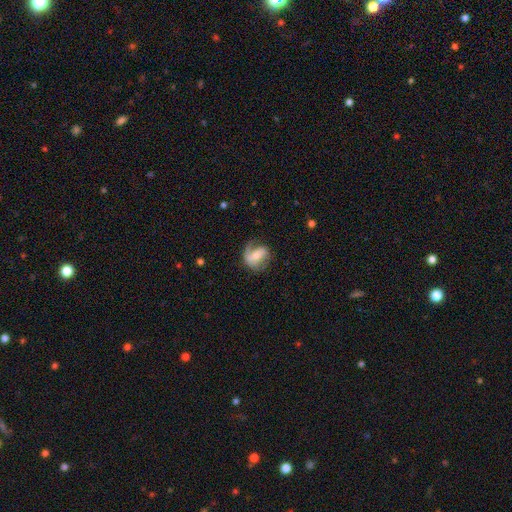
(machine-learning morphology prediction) The model was most divided on "bulge size": small: 46%, moderate: 45%, none: 4%, large: 4%, dominant: 1%. Remaining: edge-on disk — no (97%); spiral arms — yes (89%); smooth or featured — featured or disk (70%); merging — none (58%); spiral arm count — 2 (55%); spiral winding — medium (42%); bar — weak (40%).